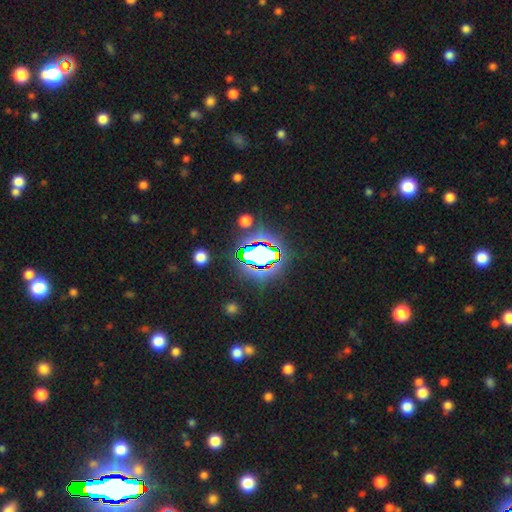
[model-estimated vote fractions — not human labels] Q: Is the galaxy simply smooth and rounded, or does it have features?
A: star or artifact — 76%.